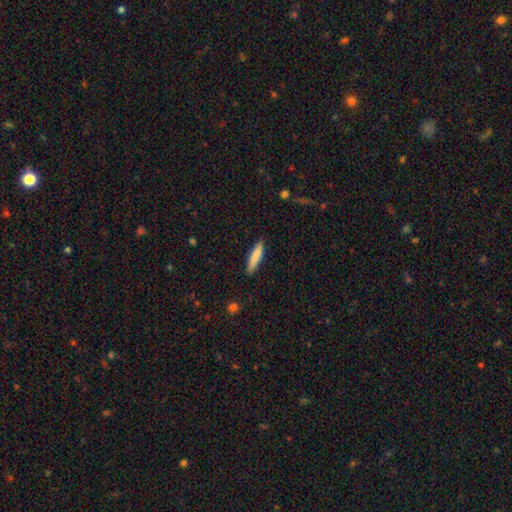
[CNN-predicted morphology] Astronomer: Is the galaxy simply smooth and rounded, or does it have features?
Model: smooth — 84%.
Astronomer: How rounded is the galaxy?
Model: cigar-shaped — 82%.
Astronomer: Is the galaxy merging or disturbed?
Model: none — 88%.